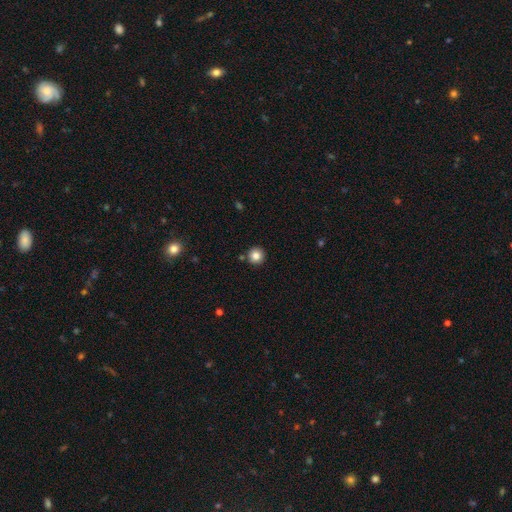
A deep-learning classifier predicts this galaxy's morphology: Smooth or featured? Predicted: smooth (p=0.84). How rounded? Predicted: round (p=0.95). Merging? Predicted: none (p=0.89).